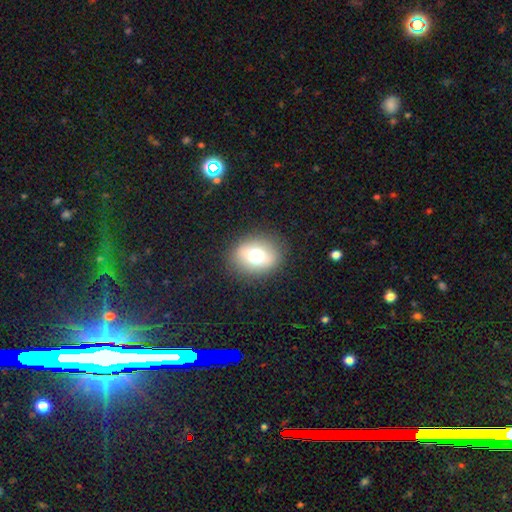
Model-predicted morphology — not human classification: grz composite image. It shows a smooth galaxy with no disk features (69%) that is in between round and cigar-shaped (53%). Merging: none (86%).